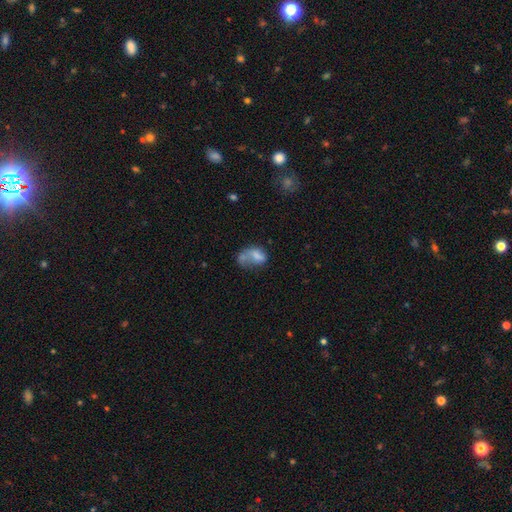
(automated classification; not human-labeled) smooth 62%, featured or disk 27%, star or artifact 11%. Down the decision tree: how rounded — in between (81%); merging — merger (31%).